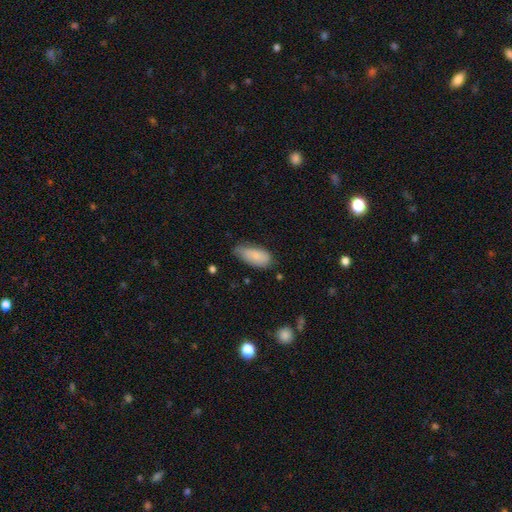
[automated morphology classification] Overall: smooth (84%). How rounded: in between (90%). Merging: none (53%; minor disturbance 38%).